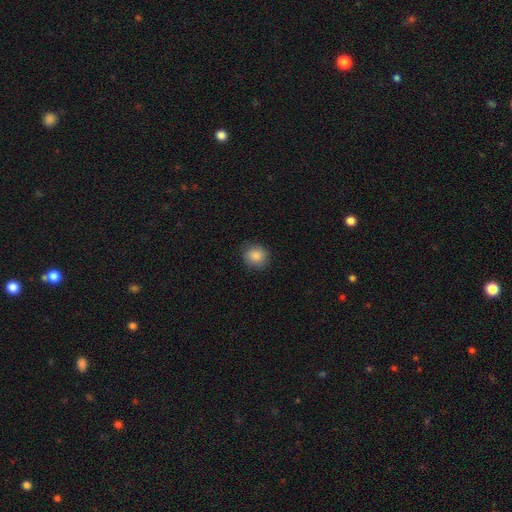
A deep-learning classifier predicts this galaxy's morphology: Q: Smooth or featured?
A: smooth (86%); runner-up: star or artifact (9%)
Q: How rounded?
A: round (80%); runner-up: in between (19%)
Q: Merging?
A: none (84%); runner-up: minor disturbance (12%)